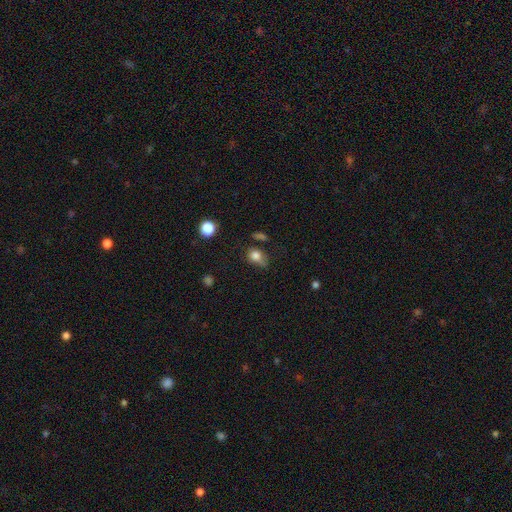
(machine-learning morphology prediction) smooth-or-featured: smooth: 78% | featured or disk: 11% | star or artifact: 11%
  how-rounded: in between: 61% | round: 37% | cigar-shaped: 2%
  merging: none: 43% | minor disturbance: 35% | major disturbance: 17% | merger: 5%